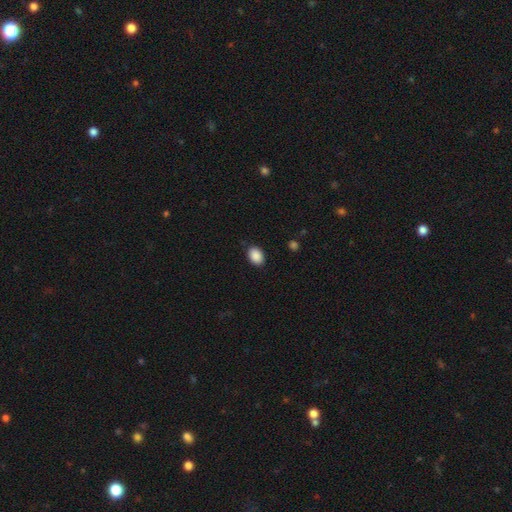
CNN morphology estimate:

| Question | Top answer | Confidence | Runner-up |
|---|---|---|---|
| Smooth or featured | smooth | 90% | star or artifact (8%) |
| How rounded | in between | 79% | round (20%) |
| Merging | none | 87% | minor disturbance (10%) |